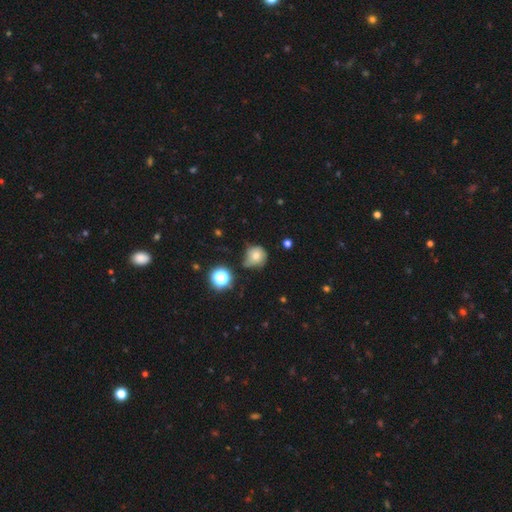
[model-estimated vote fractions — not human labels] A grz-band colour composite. It shows a smooth galaxy with no disk features (68%) that is round (84%). Merging: none (50%).